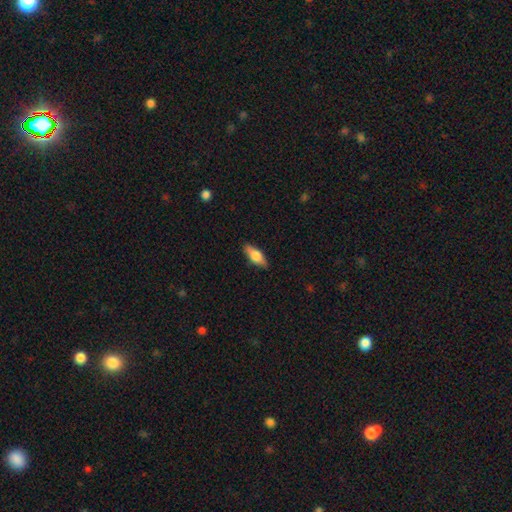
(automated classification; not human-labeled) A smooth galaxy with no disk features (57%) that is in between round and cigar-shaped (66%). Merging: none (87%).